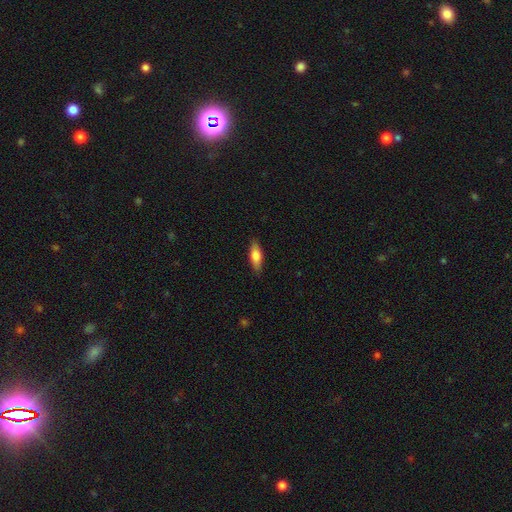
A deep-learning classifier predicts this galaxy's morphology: smooth 68%, featured or disk 26%, star or artifact 6%. Down the decision tree: how rounded — in between (56%); merging — none (86%).